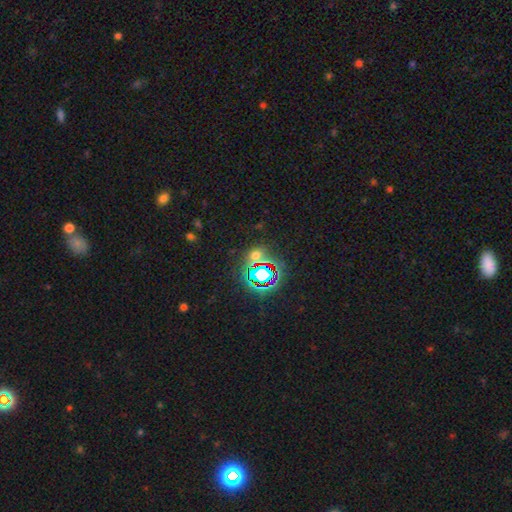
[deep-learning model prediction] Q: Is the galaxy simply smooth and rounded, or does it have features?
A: star or artifact — 59%.